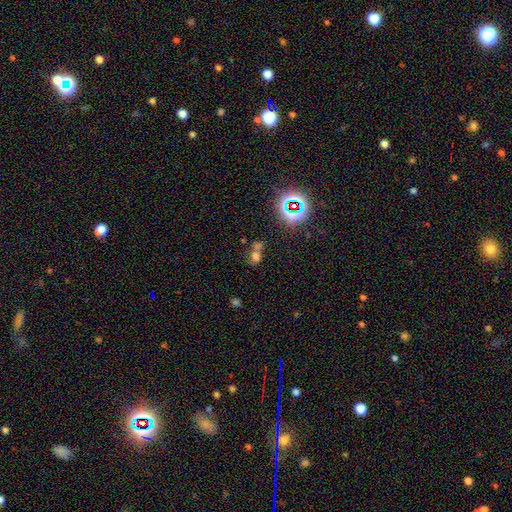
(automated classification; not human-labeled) Smooth or featured: smooth — 54% (star or artifact — 32%)
How rounded: round — 57% (in between — 41%)
Merging: merger — 50% (none — 34%)